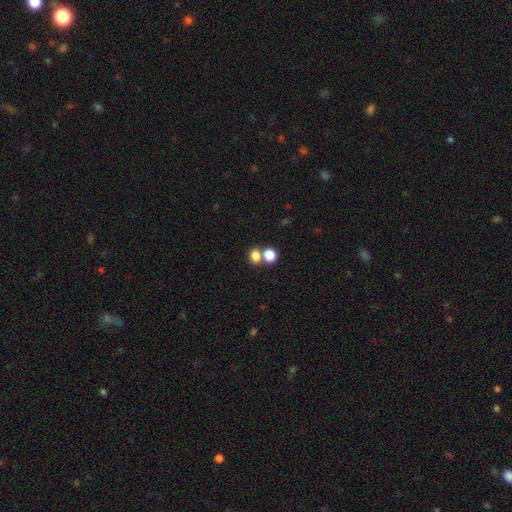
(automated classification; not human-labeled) Q: Smooth or featured?
A: smooth (79%); runner-up: star or artifact (13%)
Q: How rounded?
A: round (57%); runner-up: in between (42%)
Q: Merging?
A: none (46%); runner-up: merger (43%)